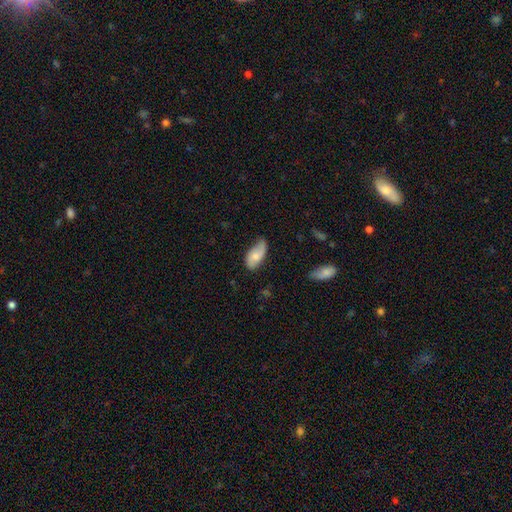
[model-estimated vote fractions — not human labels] The model was most divided on "merging": none: 61%, minor disturbance: 31%, major disturbance: 6%, merger: 2%. More confident: how rounded — in between (92%); smooth or featured — smooth (63%).